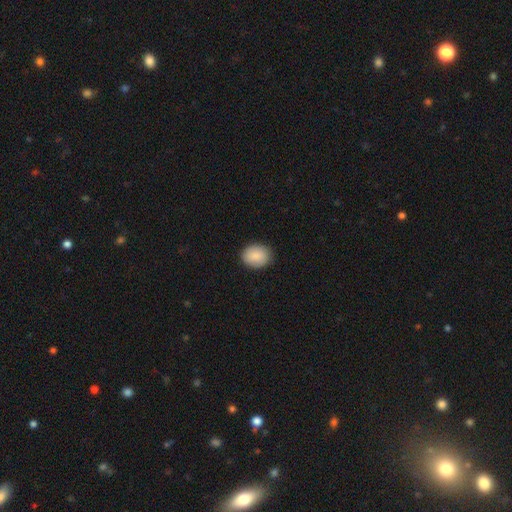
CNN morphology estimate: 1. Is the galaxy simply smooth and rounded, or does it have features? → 89% smooth, 7% star or artifact, 4% featured or disk.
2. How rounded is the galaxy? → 52% in between, 47% round, 1% cigar-shaped.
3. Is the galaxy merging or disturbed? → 88% none, 9% minor disturbance, 2% major disturbance, 1% merger.